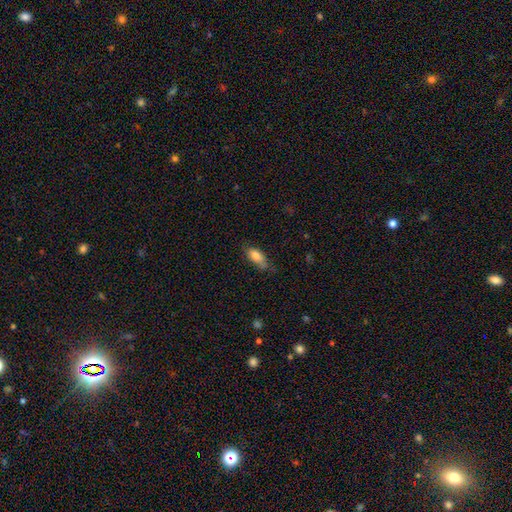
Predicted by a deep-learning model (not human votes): Overall: smooth (80%). How rounded: in between (78%). Merging: none (61%; minor disturbance 30%).